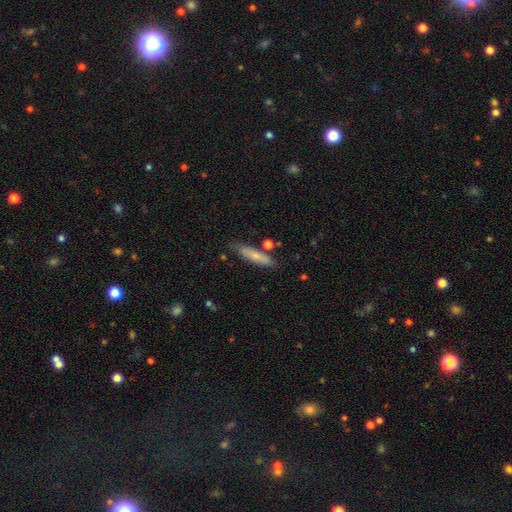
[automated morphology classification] A smooth galaxy with no disk features (72%) that is cigar-shaped (79%). Merging: none (76%).